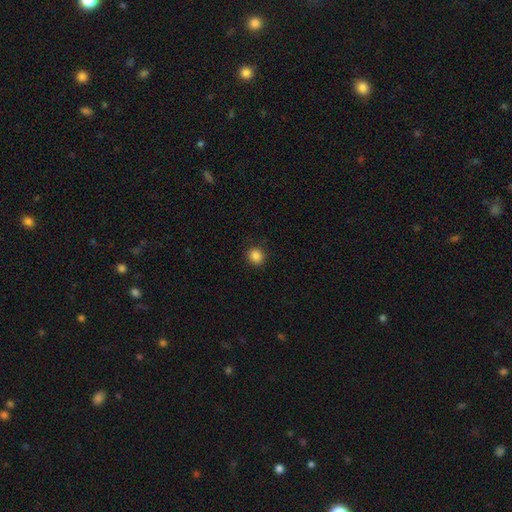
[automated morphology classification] This appears to be a smooth galaxy with no disk features (85%) that is round (89%). Merging: none (91%).